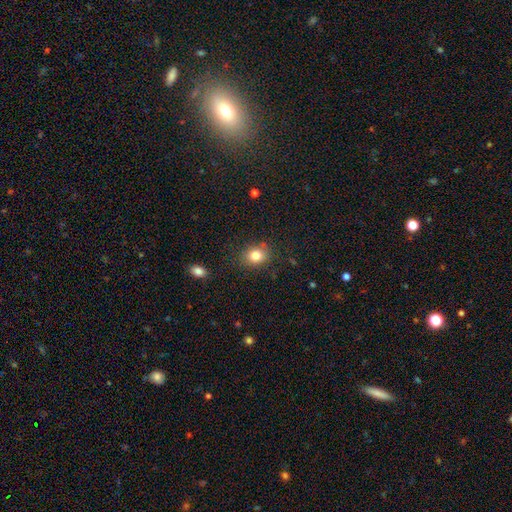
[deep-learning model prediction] Smooth or featured? smooth (82%)
How rounded? round (55%)
Merging? none (81%)